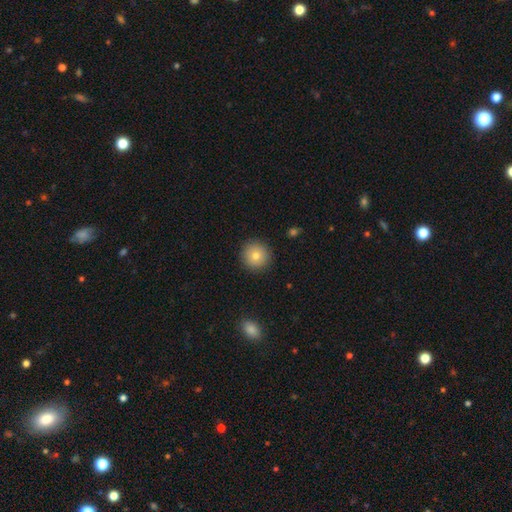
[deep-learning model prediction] smooth_or_featured: smooth (p=0.79) [alt: featured or disk p=0.11]
how_rounded: round (p=0.95) [alt: in between p=0.04]
merging: none (p=0.91) [alt: minor disturbance p=0.06]